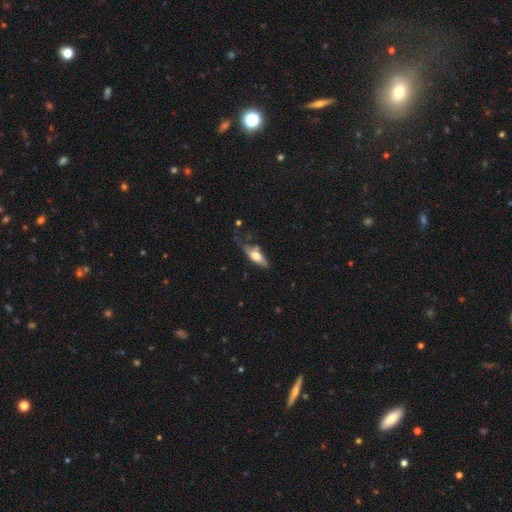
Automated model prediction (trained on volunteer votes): The model was most divided on "merging": none: 40%, minor disturbance: 33%, major disturbance: 21%, merger: 6%. More confident: how rounded — in between (62%); smooth or featured — smooth (59%).